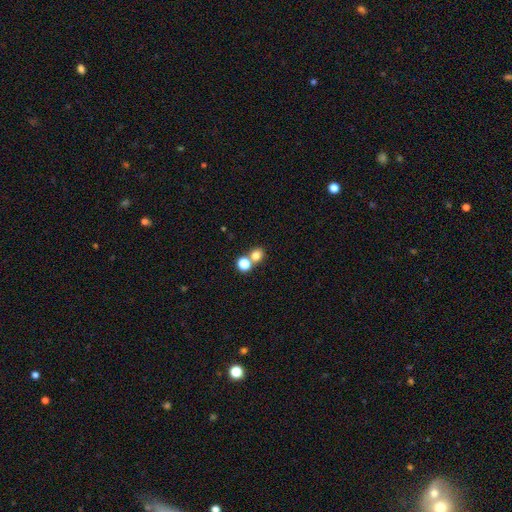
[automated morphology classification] Smooth or featured?
  - smooth: 78% *
  - star or artifact: 15%
  - featured or disk: 7%
How rounded?
  - round: 77% *
  - in between: 22%
  - cigar-shaped: 1%
Merging?
  - none: 55% *
  - merger: 35%
  - minor disturbance: 6%
  - major disturbance: 3%